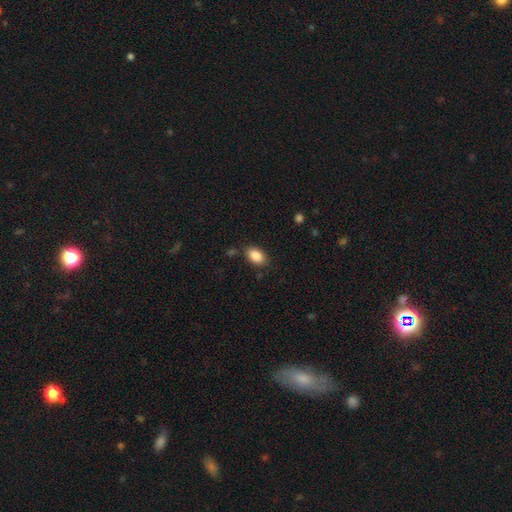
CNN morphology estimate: Smooth or featured? Predicted: smooth (p=0.87). How rounded? Predicted: in between (p=0.89). Merging? Predicted: none (p=0.83).